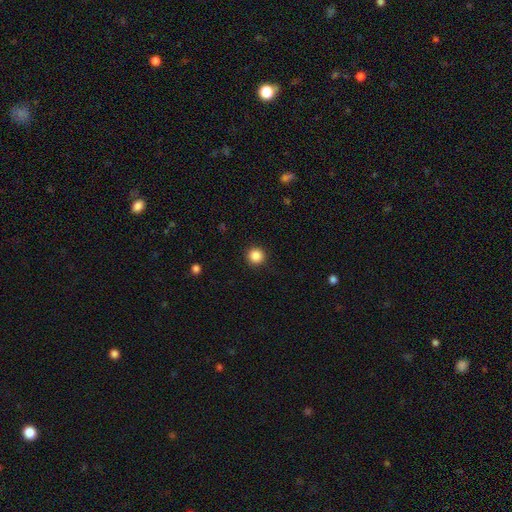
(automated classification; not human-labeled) Smooth or featured?
  - smooth: 87% *
  - star or artifact: 10%
  - featured or disk: 3%
How rounded?
  - round: 96% *
  - in between: 3%
  - cigar-shaped: 1%
Merging?
  - none: 92% *
  - minor disturbance: 5%
  - major disturbance: 2%
  - merger: 1%